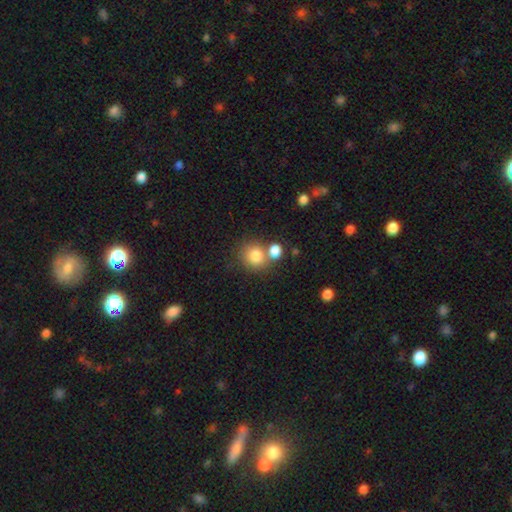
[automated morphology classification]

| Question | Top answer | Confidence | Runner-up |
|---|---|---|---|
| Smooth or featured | smooth | 80% | star or artifact (11%) |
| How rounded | round | 83% | in between (16%) |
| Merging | none | 55% | merger (32%) |